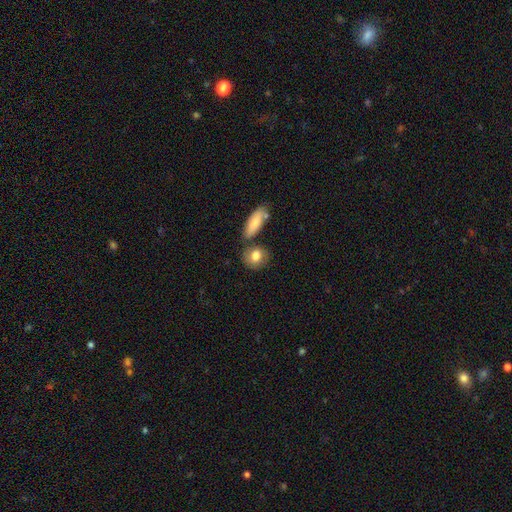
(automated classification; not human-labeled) Morphology: type=smooth (82%); roundness=round (54%); merging=none (67%).